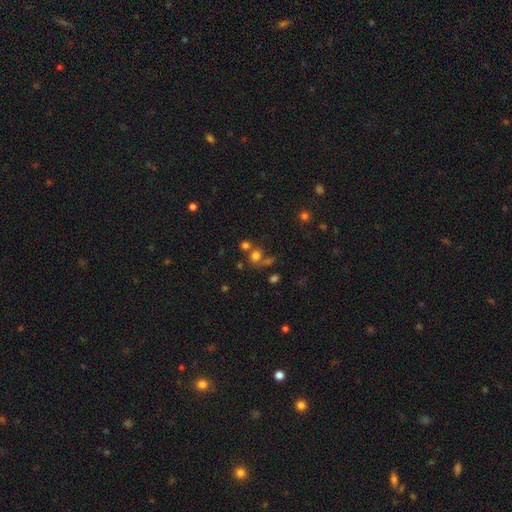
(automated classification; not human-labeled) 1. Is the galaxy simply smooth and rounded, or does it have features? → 69% smooth, 21% star or artifact, 10% featured or disk.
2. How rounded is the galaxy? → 75% round, 24% in between, 1% cigar-shaped.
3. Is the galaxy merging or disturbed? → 51% none, 34% merger, 9% minor disturbance, 6% major disturbance.